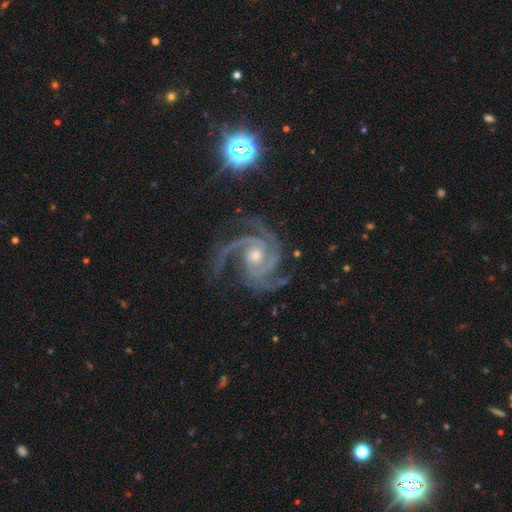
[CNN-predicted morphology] Smooth or featured?
  - featured or disk: 93% *
  - star or artifact: 5%
  - smooth: 2%
Edge-on disk?
  - no: 98% *
  - yes: 2%
Bar?
  - no: 66% *
  - weak: 25%
  - strong: 9%
Spiral arms?
  - yes: 99% *
  - no: 1%
Spiral winding?
  - tight: 50% *
  - medium: 44%
  - loose: 5%
Spiral arm count?
  - 3: 52% *
  - 2: 19%
  - 4: 12%
  - can't tell: 6%
  - more than 4: 5%
  - 1: 5%
Bulge size?
  - moderate: 52% *
  - small: 43%
  - large: 2%
  - none: 1%
  - dominant: 1%
Merging?
  - none: 70% *
  - minor disturbance: 18%
  - major disturbance: 10%
  - merger: 2%